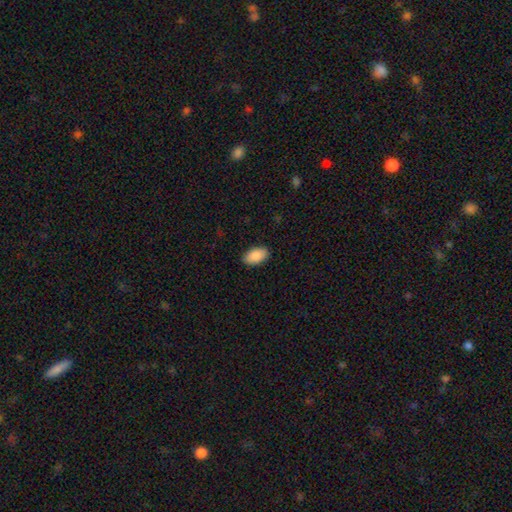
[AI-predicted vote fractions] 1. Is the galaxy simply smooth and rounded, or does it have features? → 90% smooth, 6% star or artifact, 4% featured or disk.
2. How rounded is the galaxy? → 95% in between, 3% round, 2% cigar-shaped.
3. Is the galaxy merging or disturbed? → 89% none, 8% minor disturbance, 2% major disturbance, 1% merger.